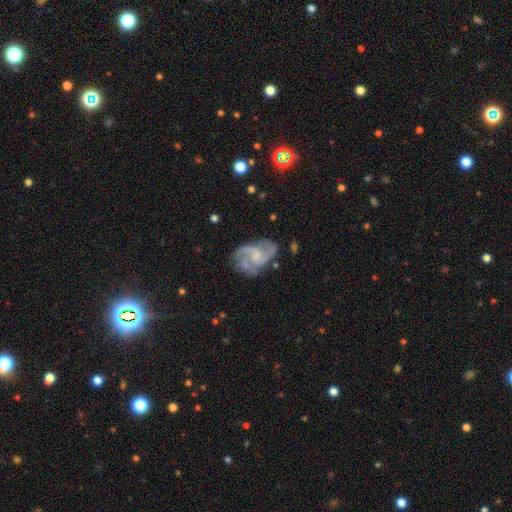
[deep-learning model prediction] smooth_or_featured: featured or disk (p=0.83) [alt: smooth p=0.11]
disk_edge_on: no (p=0.98) [alt: yes p=0.02]
bar: no (p=0.51) [alt: weak p=0.42]
has_spiral_arms: yes (p=0.94) [alt: no p=0.06]
spiral_winding: medium (p=0.52) [alt: loose p=0.29]
spiral_arm_count: 2 (p=0.41) [alt: 3 p=0.35]
bulge_size: small (p=0.44) [alt: none p=0.28]
merging: none (p=0.61) [alt: minor disturbance p=0.21]